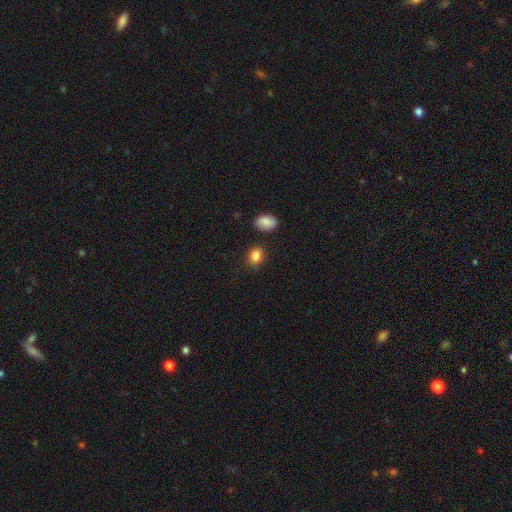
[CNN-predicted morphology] smooth_or_featured: smooth (p=0.86) [alt: star or artifact p=0.09]
how_rounded: in between (p=0.64) [alt: round p=0.35]
merging: none (p=0.81) [alt: minor disturbance p=0.12]